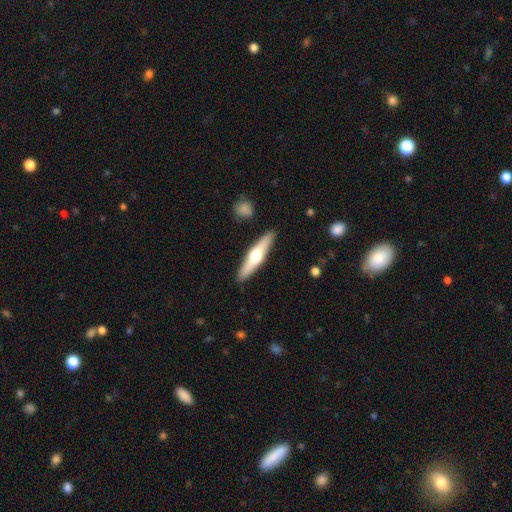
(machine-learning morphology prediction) This is possibly a featured or disk galaxy (53%). It is clearly viewed edge-on (93%). Merging: clearly none (89%).